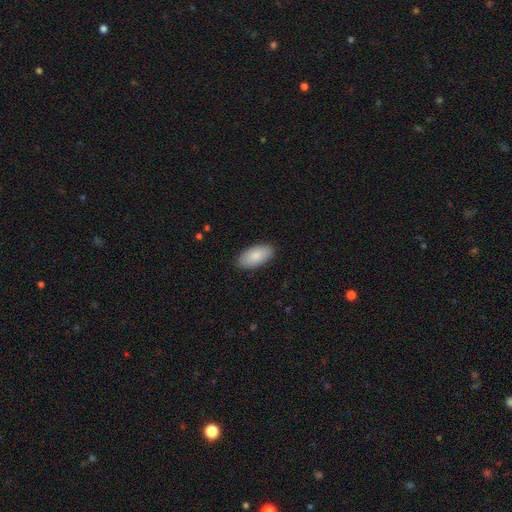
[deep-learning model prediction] Smooth or featured?
  - smooth: 86% *
  - featured or disk: 8%
  - star or artifact: 6%
How rounded?
  - in between: 94% *
  - cigar-shaped: 4%
  - round: 2%
Merging?
  - none: 88% *
  - minor disturbance: 9%
  - major disturbance: 2%
  - merger: 1%